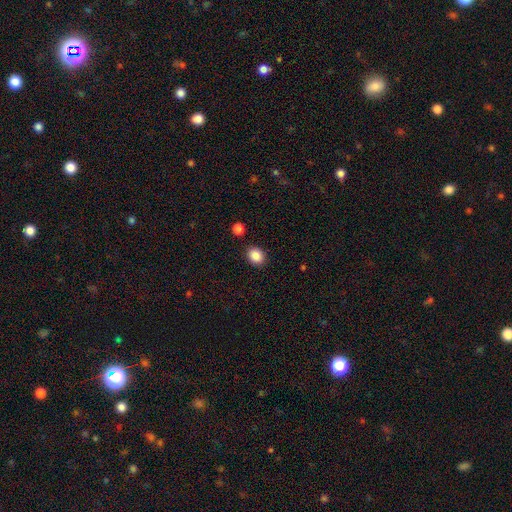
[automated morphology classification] Smooth or featured: smooth — 87% (star or artifact — 9%)
How rounded: round — 52% (in between — 47%)
Merging: none — 88% (minor disturbance — 7%)